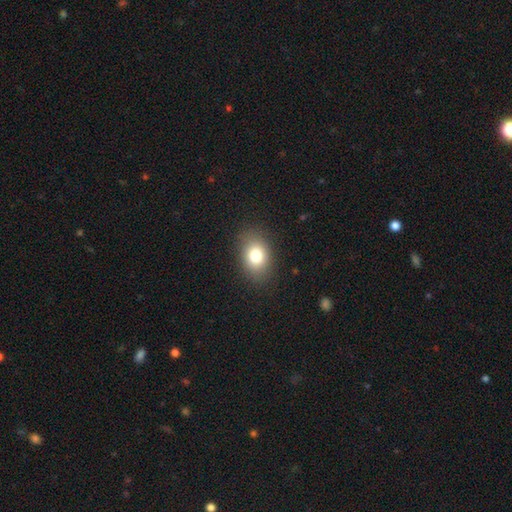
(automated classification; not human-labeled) smooth 79%, star or artifact 11%, featured or disk 10%. Down the decision tree: how rounded — in between (72%); merging — none (86%).